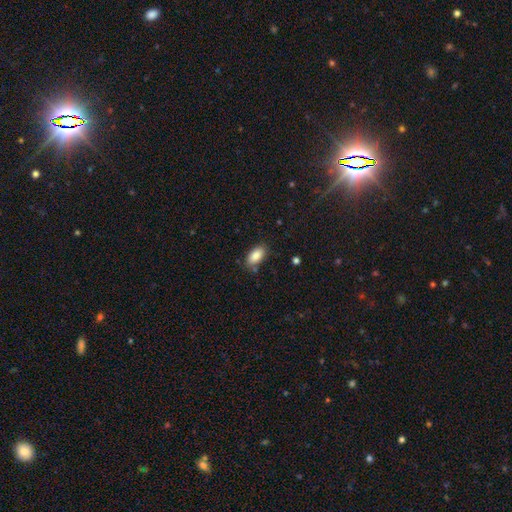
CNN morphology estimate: This appears to be a smooth galaxy with no disk features (86%) that is in between round and cigar-shaped (93%). Merging: none (80%).